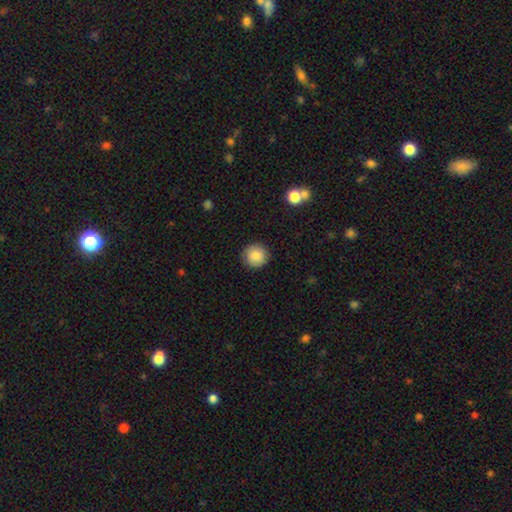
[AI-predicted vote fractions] Q: Smooth or featured?
A: smooth (84%); runner-up: featured or disk (9%)
Q: How rounded?
A: round (93%); runner-up: in between (6%)
Q: Merging?
A: none (88%); runner-up: minor disturbance (8%)